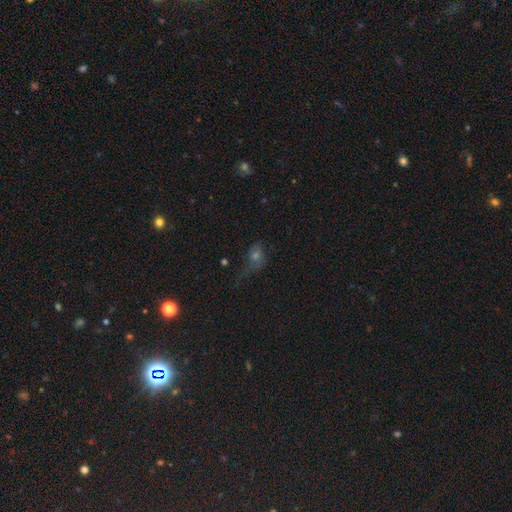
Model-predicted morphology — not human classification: A smooth galaxy with no disk features (45%).

Vote fractions:
- Smooth or featured? smooth: 45% / star or artifact: 28% / featured or disk: 27%
- Merging? major disturbance: 37% / none: 35% / minor disturbance: 24% / merger: 4%